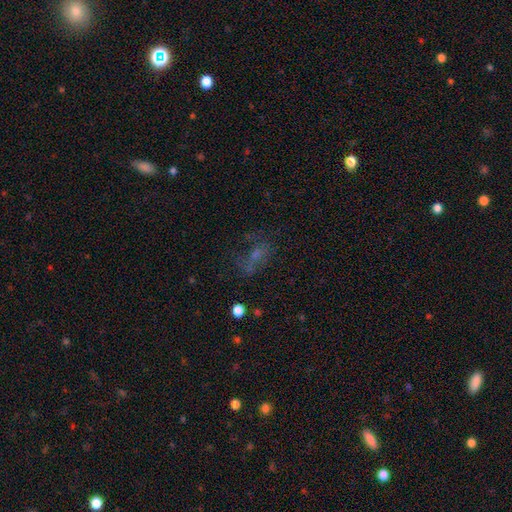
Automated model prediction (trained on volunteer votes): The model was most divided on "smooth or featured": smooth: 39%, featured or disk: 31%, star or artifact: 31%. Remaining: merging — none (44%).